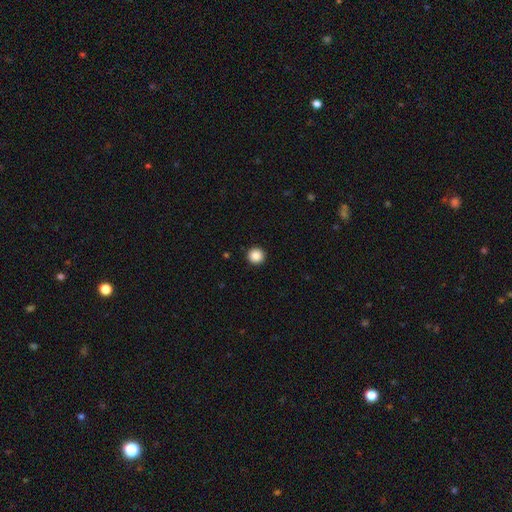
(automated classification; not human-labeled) A smooth galaxy with no disk features (88%) that is round (96%). Merging: none (94%).